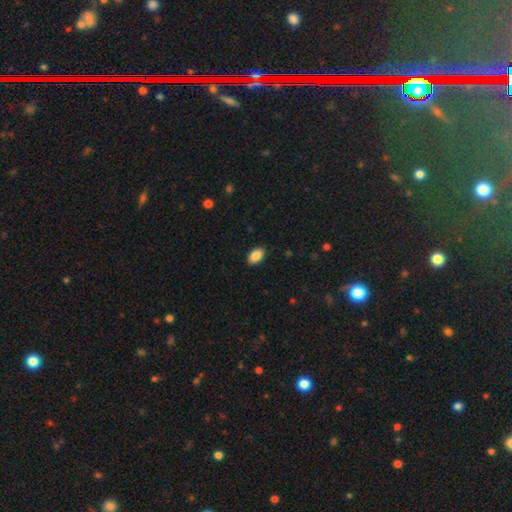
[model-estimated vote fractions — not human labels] smooth_or_featured: smooth (p=0.88) [alt: star or artifact p=0.07]
how_rounded: in between (p=0.91) [alt: round p=0.07]
merging: none (p=0.88) [alt: minor disturbance p=0.09]